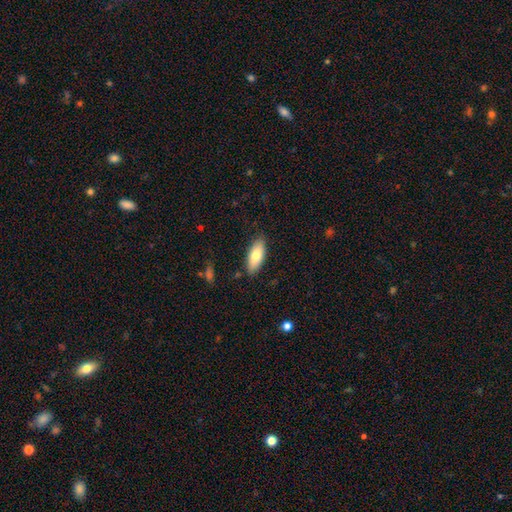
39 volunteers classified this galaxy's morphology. Q: Smooth or featured?
A: smooth (77%); runner-up: featured or disk (18%)
Q: How rounded?
A: in between (67%); runner-up: cigar-shaped (33%)
Q: Merging?
A: none (84%); runner-up: minor disturbance (16%)